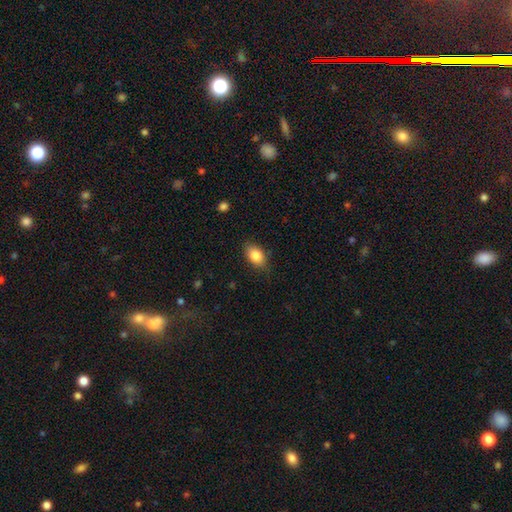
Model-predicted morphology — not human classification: A smooth galaxy with no disk features (84%) that is in between round and cigar-shaped (86%). Merging: none (80%).